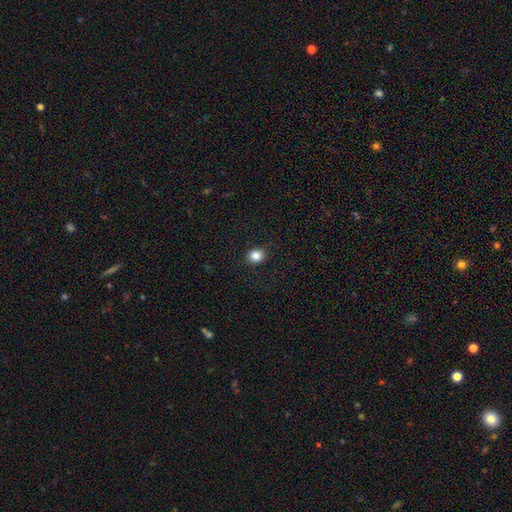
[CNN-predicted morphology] Q: Smooth or featured?
A: smooth (85%); runner-up: star or artifact (10%)
Q: How rounded?
A: round (72%); runner-up: in between (28%)
Q: Merging?
A: none (91%); runner-up: minor disturbance (7%)